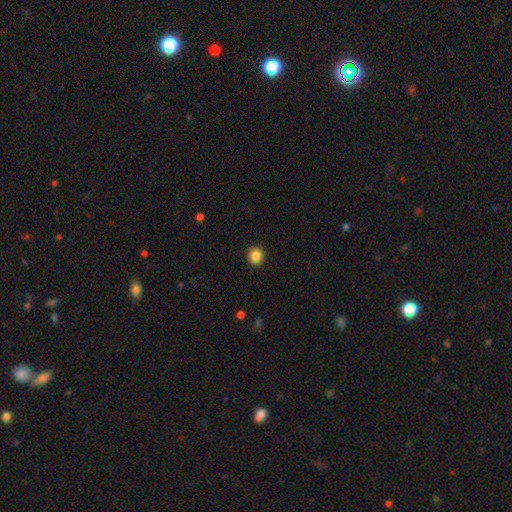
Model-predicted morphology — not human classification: smooth-or-featured: smooth: 87% | star or artifact: 10% | featured or disk: 3%
  how-rounded: round: 93% | in between: 6% | cigar-shaped: 1%
  merging: none: 92% | minor disturbance: 5% | major disturbance: 2% | merger: 1%